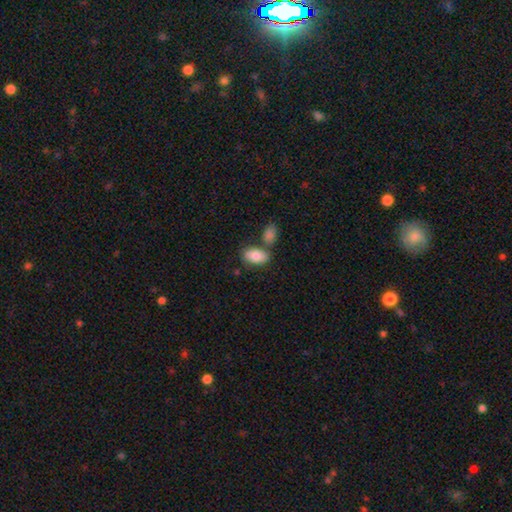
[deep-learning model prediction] smooth 82%, featured or disk 11%, star or artifact 7%. Down the decision tree: how rounded — in between (92%); merging — none (62%).